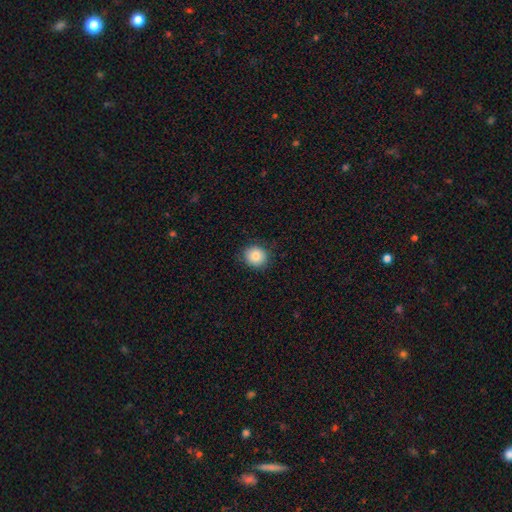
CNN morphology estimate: smooth 84%, star or artifact 9%, featured or disk 7%. Down the decision tree: how rounded — round (83%); merging — none (86%).